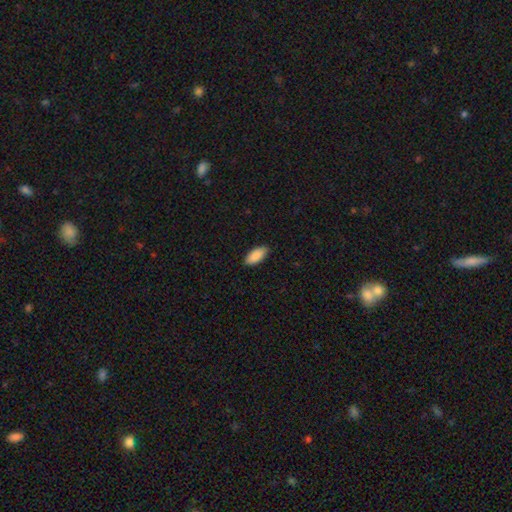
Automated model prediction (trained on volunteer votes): smooth 90%, star or artifact 6%, featured or disk 5%. Down the decision tree: how rounded — in between (90%); merging — none (88%).